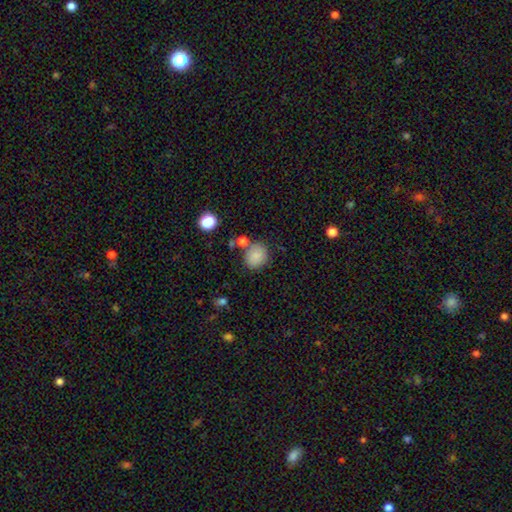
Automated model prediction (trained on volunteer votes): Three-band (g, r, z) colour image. It shows a smooth galaxy with no disk features (84%) that is round (73%). Merging: none (71%).